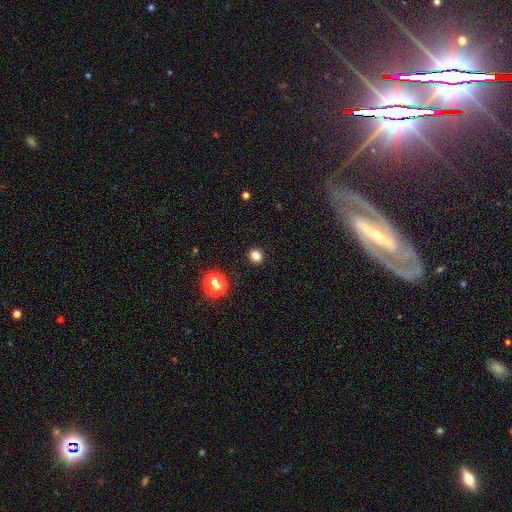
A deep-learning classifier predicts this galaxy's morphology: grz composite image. It shows a smooth galaxy with no disk features (82%) that is round (83%). Merging: none (92%).